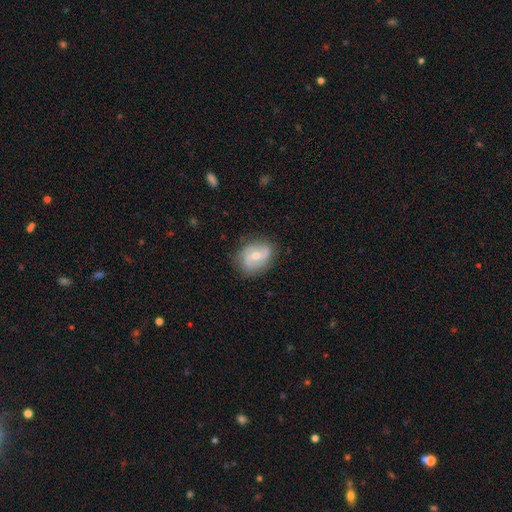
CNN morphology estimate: This appears to be a featured or disk galaxy (67%) with no bar (48%), 2 (74%) medium (43%) spiral arms (82%) and a moderate central bulge (64%). Merging: none (76%).